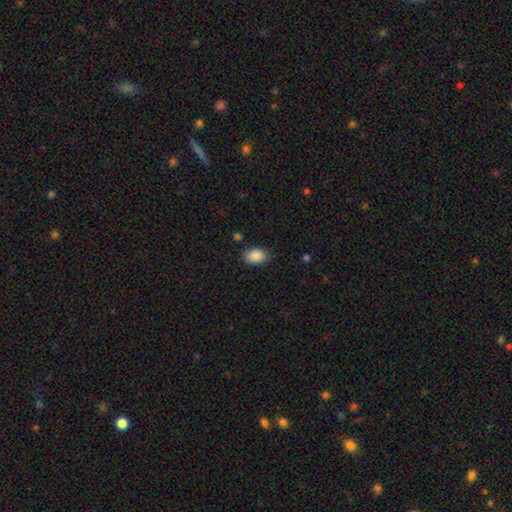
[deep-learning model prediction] Smooth or featured? smooth (89%)
How rounded? in between (86%)
Merging? none (84%)